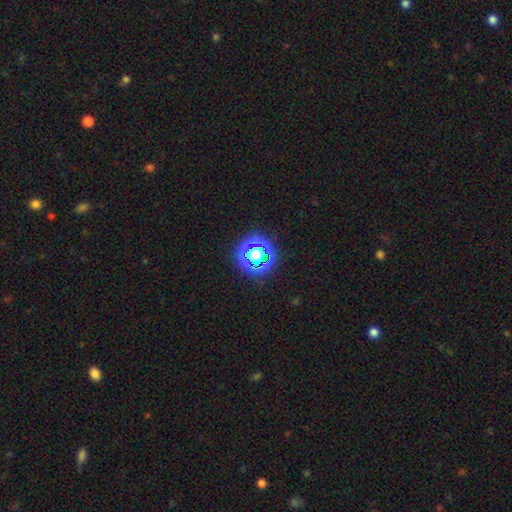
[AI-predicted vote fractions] Smooth or featured?
  - star or artifact: 58% *
  - smooth: 30%
  - featured or disk: 12%